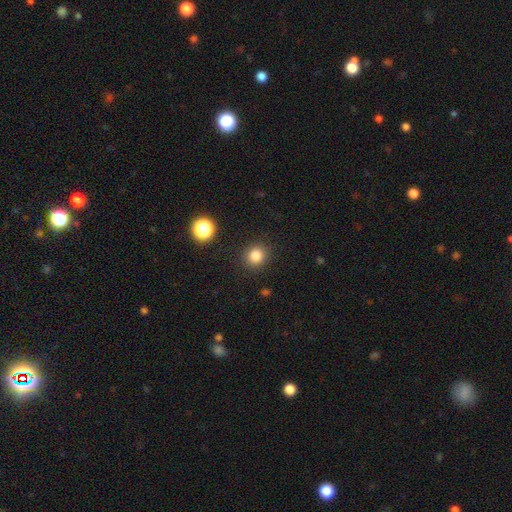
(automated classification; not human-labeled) This appears to be a smooth galaxy with no disk features (82%) that is round (87%). Merging: none (89%).